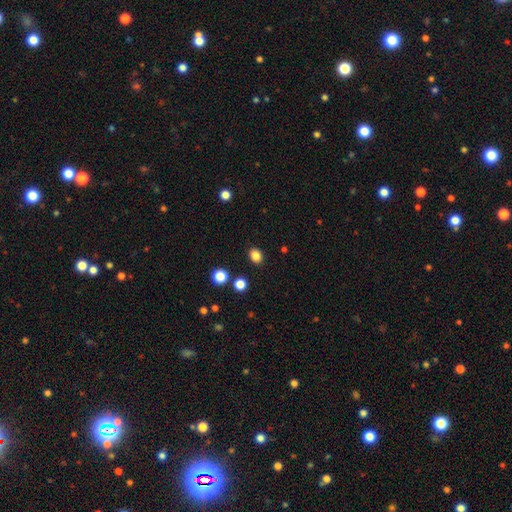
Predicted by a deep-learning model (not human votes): smooth-or-featured: smooth: 84% | star or artifact: 12% | featured or disk: 4%
  how-rounded: round: 51% | in between: 48% | cigar-shaped: 1%
  merging: none: 88% | minor disturbance: 7% | major disturbance: 2% | merger: 2%